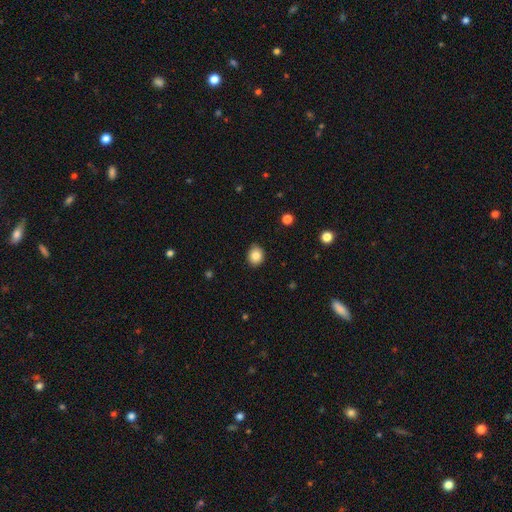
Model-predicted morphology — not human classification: Smooth or featured: smooth — 84% (star or artifact — 10%)
How rounded: round — 68% (in between — 31%)
Merging: none — 88% (minor disturbance — 9%)